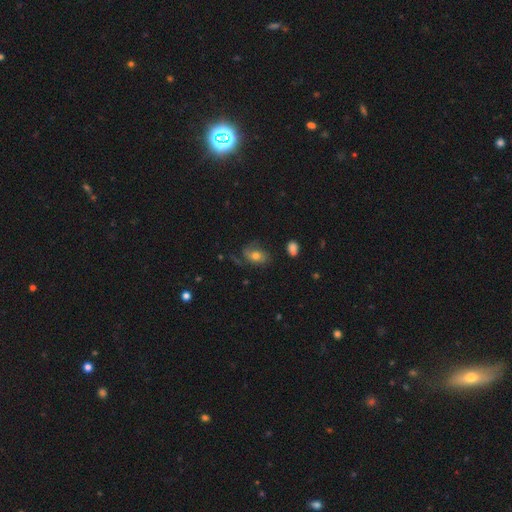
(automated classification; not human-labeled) Smooth or featured? Predicted: featured or disk (p=0.45). Merging? Predicted: none (p=0.50).